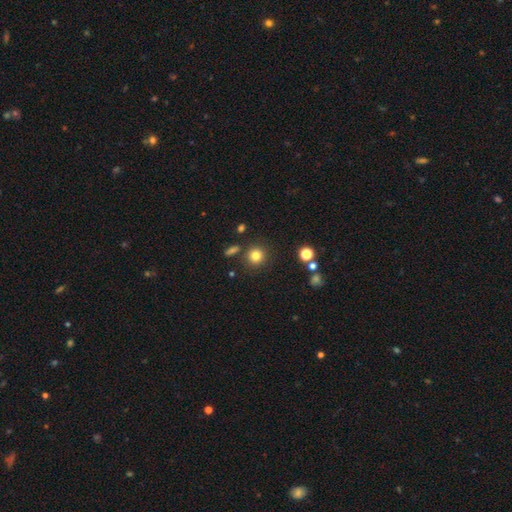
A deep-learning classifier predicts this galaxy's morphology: Smooth or featured? smooth (81%)
How rounded? round (92%)
Merging? none (84%)